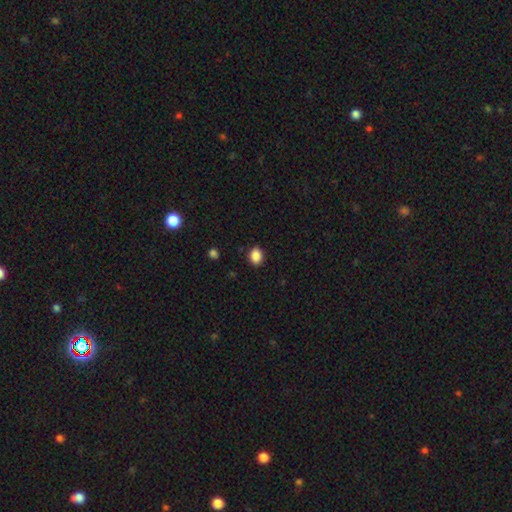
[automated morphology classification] smooth_or_featured: smooth (p=0.88) [alt: star or artifact p=0.09]
how_rounded: in between (p=0.54) [alt: round p=0.45]
merging: none (p=0.88) [alt: minor disturbance p=0.09]